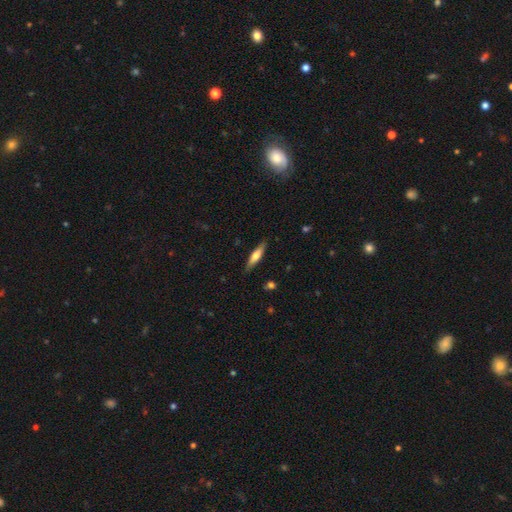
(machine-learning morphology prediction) The model was most divided on "smooth or featured": smooth: 56%, featured or disk: 38%, star or artifact: 6%. More confident: merging — none (87%); how rounded — cigar-shaped (78%).